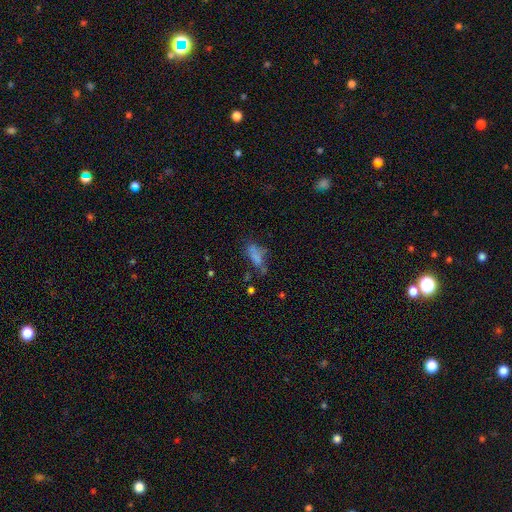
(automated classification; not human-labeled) Smooth or featured? Predicted: smooth (p=0.60). How rounded? Predicted: in between (p=0.75). Merging? Predicted: none (p=0.37).